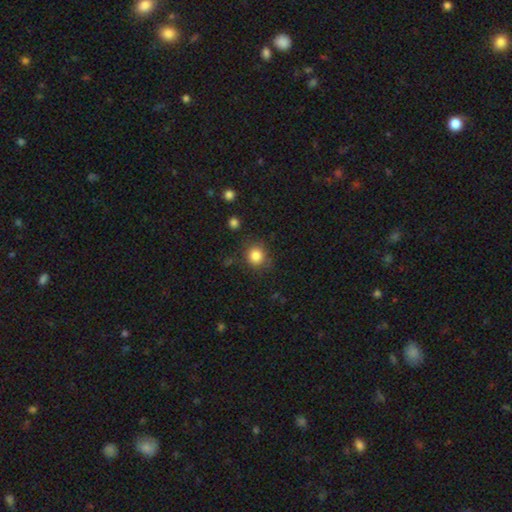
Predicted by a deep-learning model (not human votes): Morphology: type=smooth (84%); roundness=round (85%); merging=none (80%).